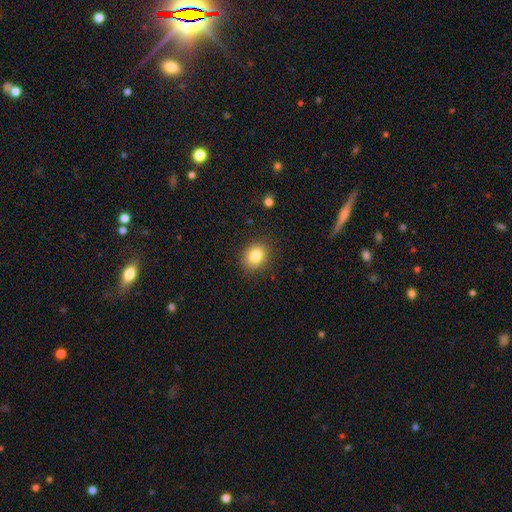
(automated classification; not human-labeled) Smooth or featured? smooth (83%)
How rounded? round (62%)
Merging? none (88%)